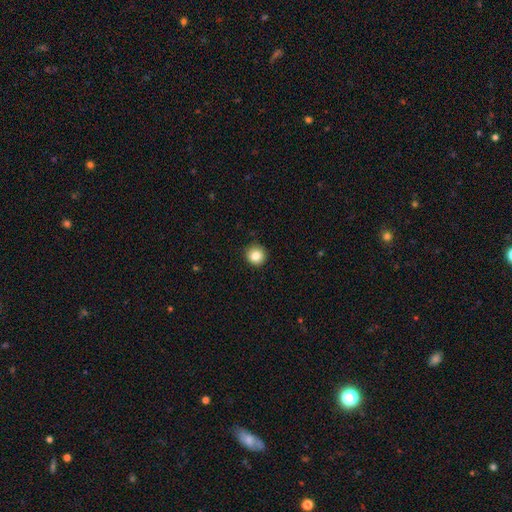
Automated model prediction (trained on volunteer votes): A smooth galaxy with no disk features (84%) that is round (94%). Merging: none (92%).